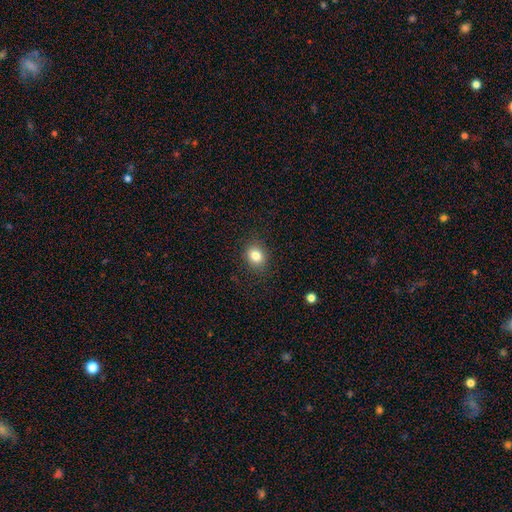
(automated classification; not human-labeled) Smooth or featured? Predicted: smooth (p=0.83). How rounded? Predicted: round (p=0.63). Merging? Predicted: none (p=0.88).